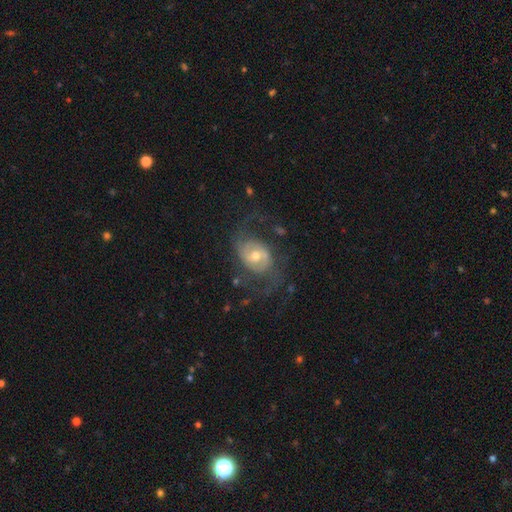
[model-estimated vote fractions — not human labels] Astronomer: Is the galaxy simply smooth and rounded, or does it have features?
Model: featured or disk — 77%.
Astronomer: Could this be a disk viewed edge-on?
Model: no — 97%.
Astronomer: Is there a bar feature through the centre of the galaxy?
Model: no — 56% (runner-up: weak, 34%).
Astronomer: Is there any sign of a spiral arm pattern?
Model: yes — 86%.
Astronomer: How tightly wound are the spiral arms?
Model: medium — 42% (runner-up: loose, 39%).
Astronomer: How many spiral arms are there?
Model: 2 — 78%.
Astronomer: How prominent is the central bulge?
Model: moderate — 64%.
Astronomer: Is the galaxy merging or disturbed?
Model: none — 56%.